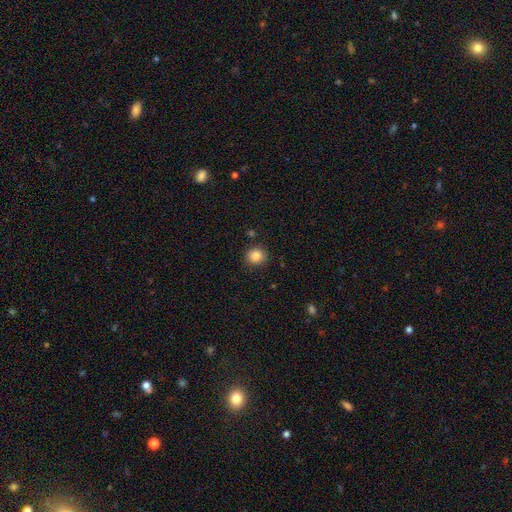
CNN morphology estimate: A smooth galaxy with no disk features (86%) that is round (87%). Merging: none (85%).